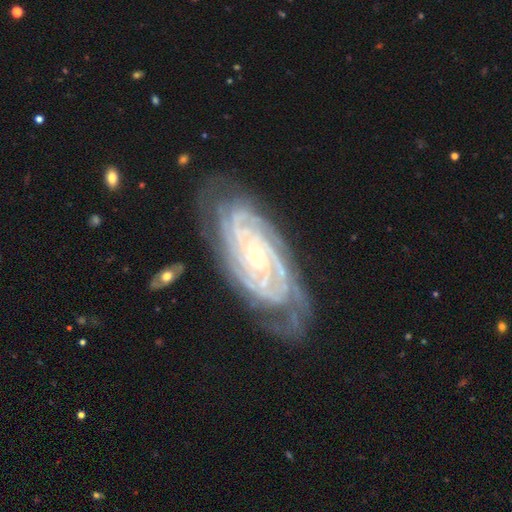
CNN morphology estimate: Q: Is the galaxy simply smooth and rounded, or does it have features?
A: featured or disk — 91%.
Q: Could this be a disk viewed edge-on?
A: no — 95%.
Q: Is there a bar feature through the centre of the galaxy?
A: no — 69%.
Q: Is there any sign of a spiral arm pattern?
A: yes — 98%.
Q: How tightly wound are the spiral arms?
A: tight — 83%.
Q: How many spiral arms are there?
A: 4 — 28%.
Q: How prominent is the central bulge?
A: small — 77%.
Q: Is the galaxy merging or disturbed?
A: none — 71%.